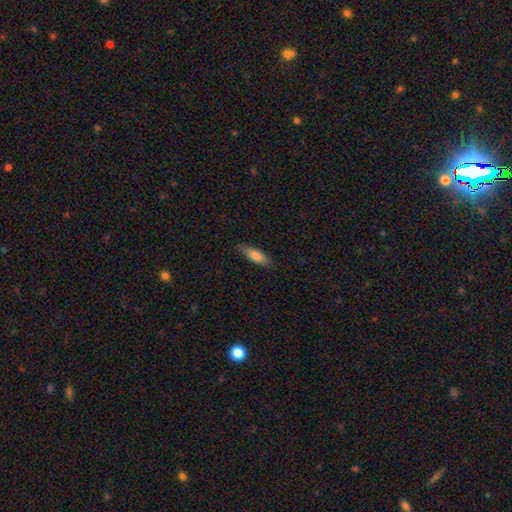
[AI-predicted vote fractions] The model was most divided on "how rounded": in between: 55%, cigar-shaped: 43%, round: 2%. More confident: merging — none (80%); smooth or featured — smooth (77%).